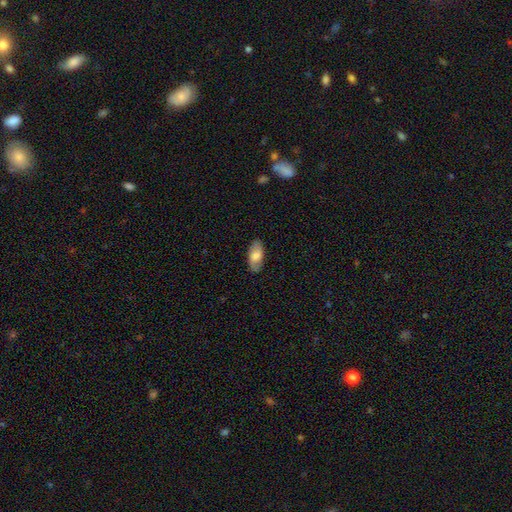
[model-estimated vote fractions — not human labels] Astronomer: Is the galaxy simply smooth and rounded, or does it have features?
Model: smooth — 65%.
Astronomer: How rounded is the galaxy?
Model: in between — 89%.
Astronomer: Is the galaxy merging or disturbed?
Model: none — 82%.